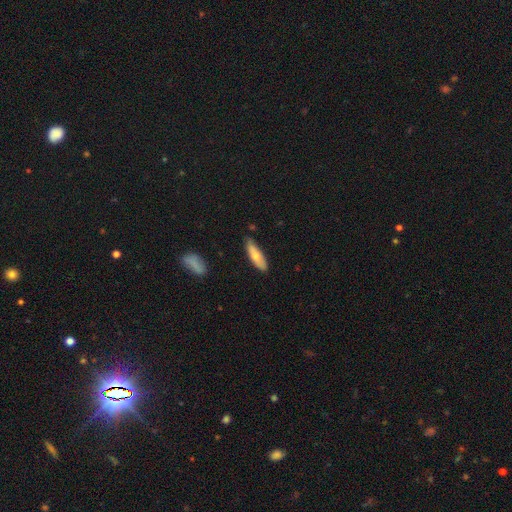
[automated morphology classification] smooth-or-featured: smooth: 69% | featured or disk: 25% | star or artifact: 6%
  how-rounded: cigar-shaped: 55% | in between: 43% | round: 2%
  merging: none: 78% | minor disturbance: 17% | major disturbance: 2% | merger: 2%